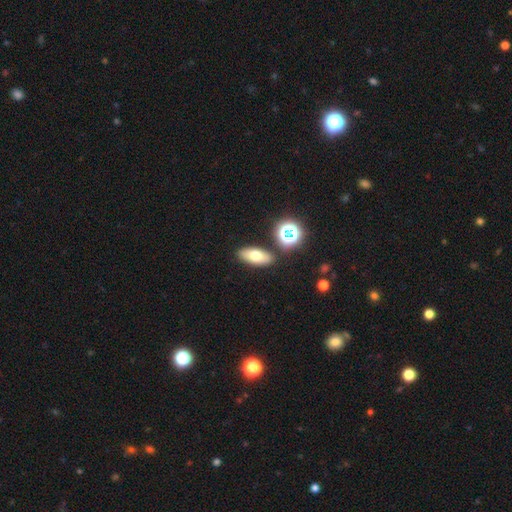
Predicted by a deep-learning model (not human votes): Q: Smooth or featured?
A: smooth (66%); runner-up: featured or disk (22%)
Q: How rounded?
A: in between (82%); runner-up: cigar-shaped (11%)
Q: Merging?
A: none (84%); runner-up: minor disturbance (8%)